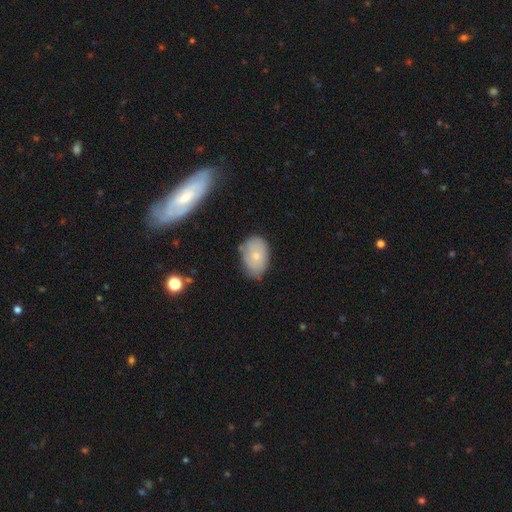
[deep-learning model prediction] Smooth or featured? Predicted: smooth (p=0.69). How rounded? Predicted: in between (p=0.86). Merging? Predicted: none (p=0.69).